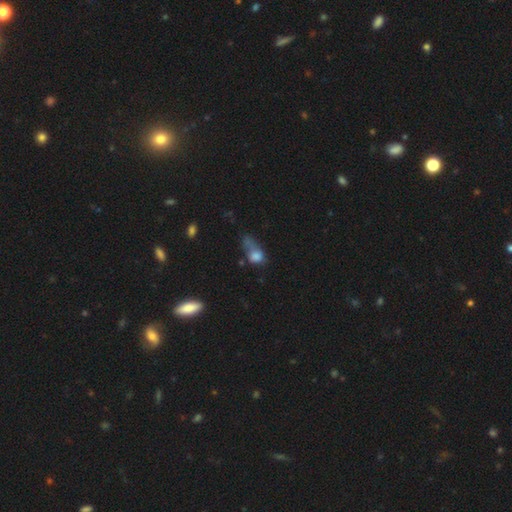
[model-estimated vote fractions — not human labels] This appears to be a smooth galaxy with no disk features (73%) that is in between round and cigar-shaped (53%). Merging: major disturbance (37%).